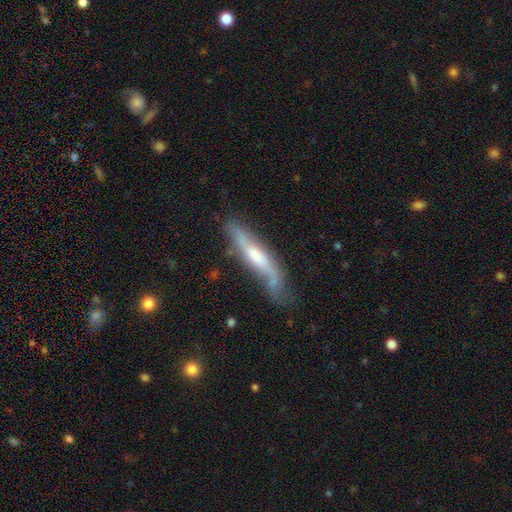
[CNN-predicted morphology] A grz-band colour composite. It shows a featured or disk galaxy (56%) viewed edge-on (67%). Merging: none (53%).